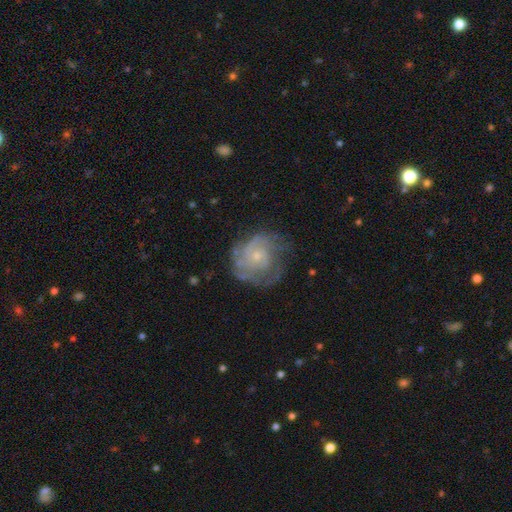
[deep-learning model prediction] A featured or disk galaxy (79%) with no bar (76%), tight (57%) spiral arms (91%) and a small central bulge (71%).

Vote fractions:
- Smooth or featured? featured or disk: 79% / smooth: 14% / star or artifact: 7%
- Edge-on disk? no: 98% / yes: 2%
- Bar? no: 76% / weak: 21% / strong: 3%
- Spiral arms? yes: 91% / no: 9%
- Spiral winding? tight: 57% / medium: 33% / loose: 10%
- Spiral arm count? can't tell: 35% / 2: 24% / 3: 22% / 4: 8% / 1: 6% / more than 4: 5%
- Bulge size? small: 71% / moderate: 22% / none: 4% / large: 1% / dominant: 1%
- Merging? none: 63% / minor disturbance: 22% / major disturbance: 14% / merger: 2%